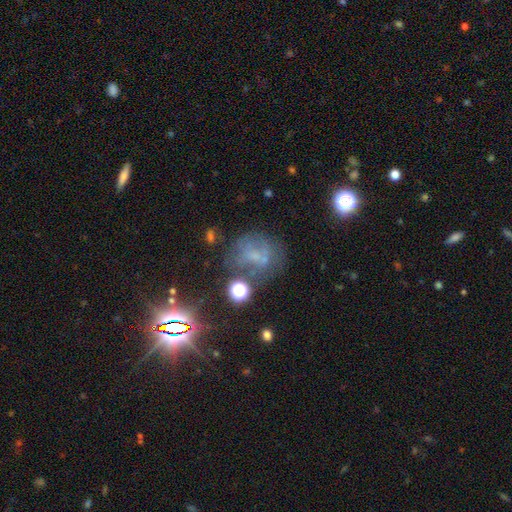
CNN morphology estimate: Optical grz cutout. It shows a featured or disk galaxy (34%). Merging: none (47%).